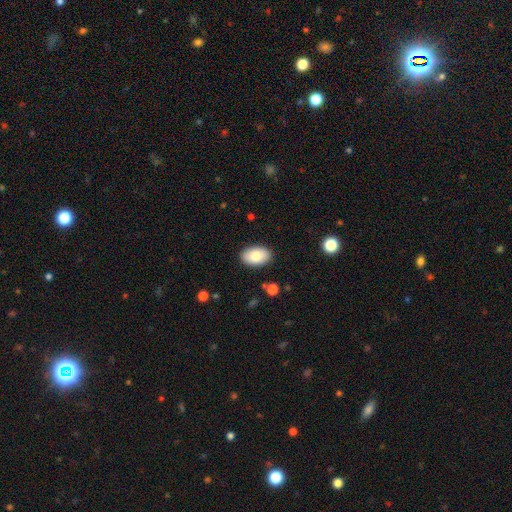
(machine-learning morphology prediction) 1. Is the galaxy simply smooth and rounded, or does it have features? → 81% smooth, 12% featured or disk, 6% star or artifact.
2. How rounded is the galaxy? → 92% in between, 7% round, 1% cigar-shaped.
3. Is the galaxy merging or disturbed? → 88% none, 9% minor disturbance, 2% major disturbance, 1% merger.